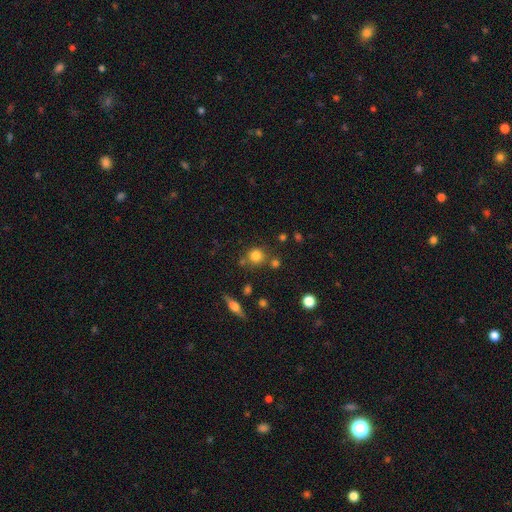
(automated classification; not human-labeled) The model was most divided on "merging": none: 73%, merger: 13%, minor disturbance: 11%, major disturbance: 4%. More confident: how rounded — round (89%); smooth or featured — smooth (79%).